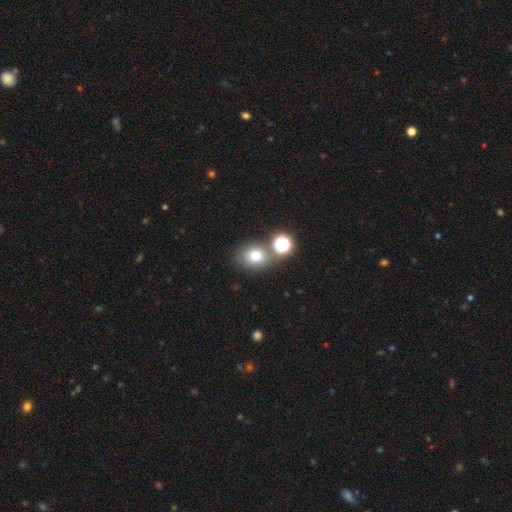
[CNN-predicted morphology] This appears to be a smooth galaxy with no disk features (74%) that is round (59%). Merging: none (66%).